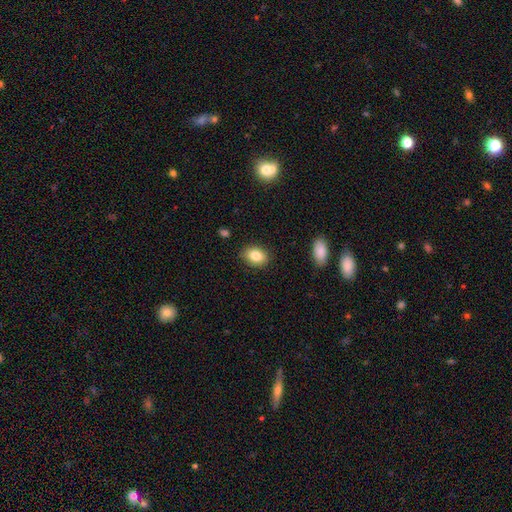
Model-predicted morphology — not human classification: This appears to be a smooth galaxy with no disk features (83%) that is in between round and cigar-shaped (75%). Merging: none (87%).